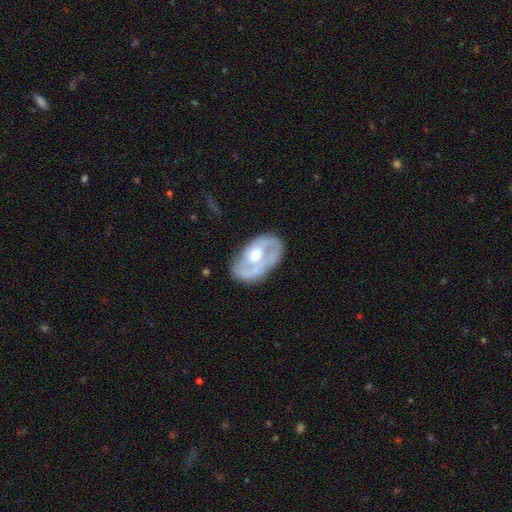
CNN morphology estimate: featured or disk 66%, smooth 29%, star or artifact 6%. Down the decision tree: edge-on disk — no (94%); bar — no (66%); spiral arms — yes (57%); bulge size — moderate (65%); merging — none (53%).